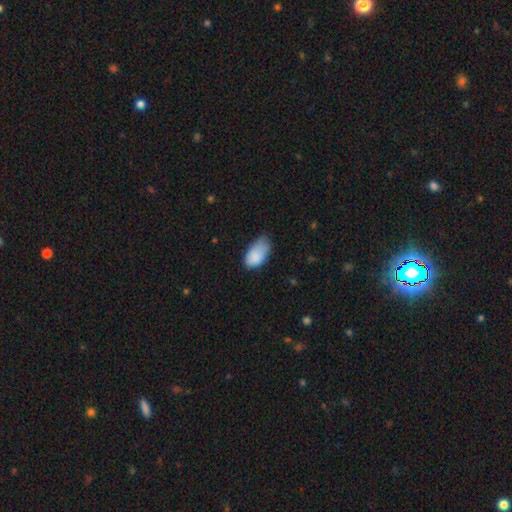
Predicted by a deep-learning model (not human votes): A smooth galaxy with no disk features (86%) that is in between round and cigar-shaped (94%).

Vote fractions:
- Smooth or featured? smooth: 86% / star or artifact: 7% / featured or disk: 7%
- How rounded? in between: 94% / round: 4% / cigar-shaped: 2%
- Merging? none: 46% / minor disturbance: 42% / major disturbance: 10% / merger: 2%